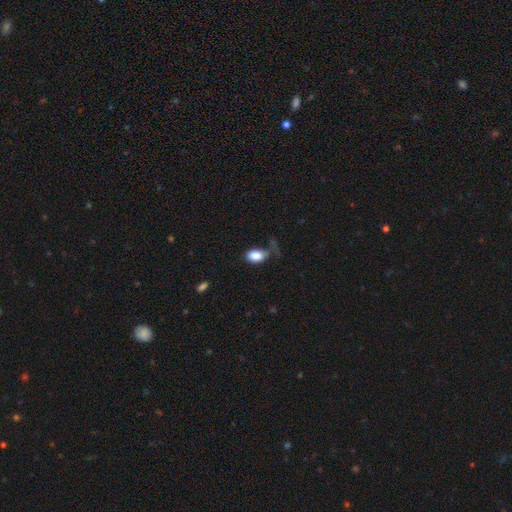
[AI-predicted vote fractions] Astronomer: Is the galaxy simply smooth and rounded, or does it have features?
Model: smooth — 86%.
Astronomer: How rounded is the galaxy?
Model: in between — 89%.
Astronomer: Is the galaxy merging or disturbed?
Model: none — 49% (runner-up: minor disturbance, 25%).